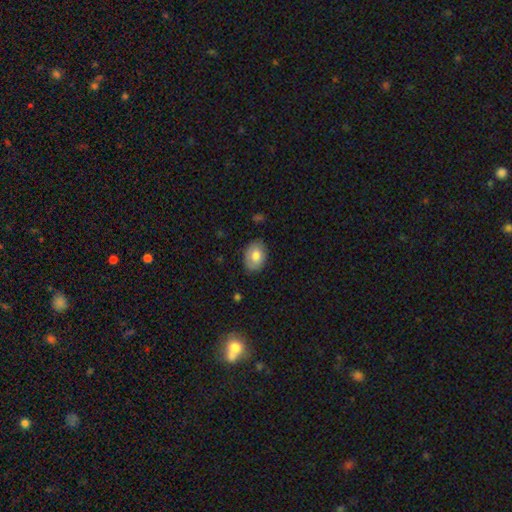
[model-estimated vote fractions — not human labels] This is likely a smooth galaxy (73%). How rounded: likely in between (79%). Merging: clearly none (81%).